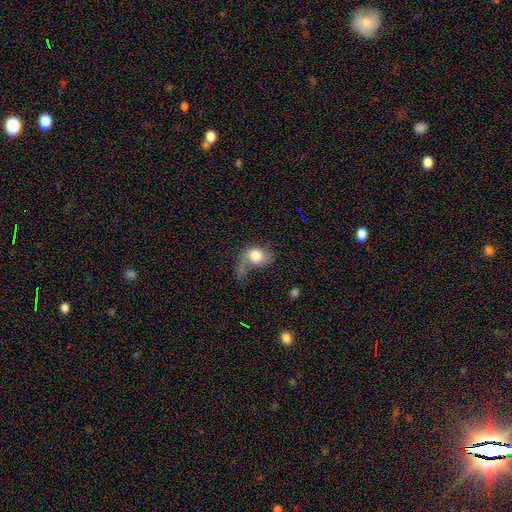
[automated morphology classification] Smooth or featured: smooth — 68% (featured or disk — 23%)
How rounded: in between — 52% (round — 46%)
Merging: major disturbance — 39% (none — 25%)